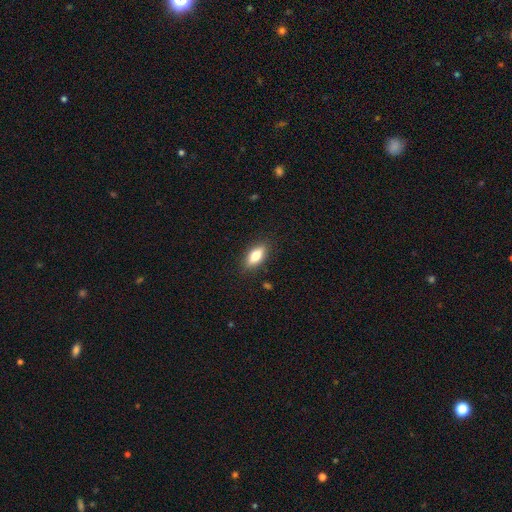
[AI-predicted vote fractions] Smooth or featured? Predicted: smooth (p=0.72). How rounded? Predicted: in between (p=0.77). Merging? Predicted: none (p=0.87).